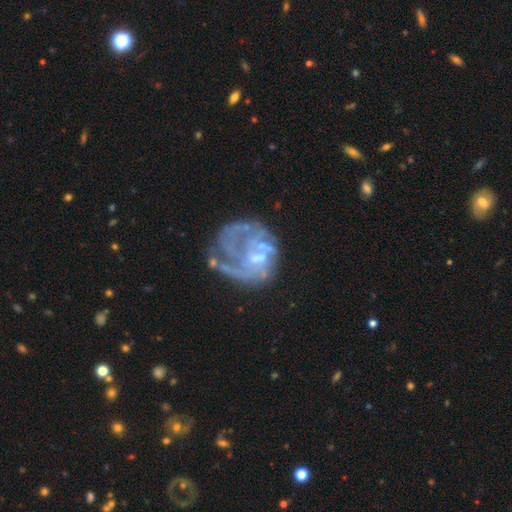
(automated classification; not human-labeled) Morphology: type=featured or disk (78%); edge-on=no (98%); bar=no (65%); spiral arms=yes (66%); winding=tight (39%); arm count=can't tell (40%); bulge=none (38%); merging=none (40%).